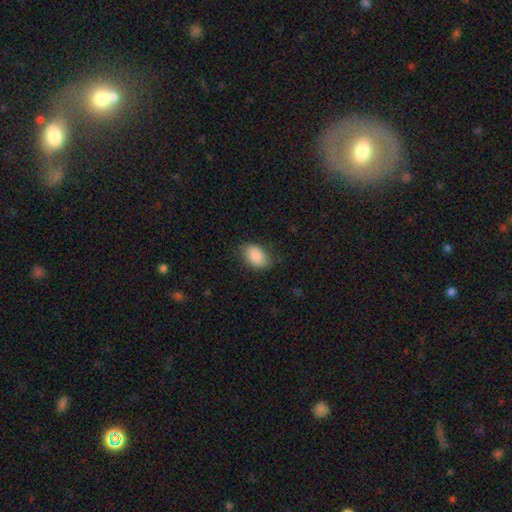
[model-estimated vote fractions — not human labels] This is clearly a smooth galaxy (87%). How rounded: clearly in between (89%). Merging: likely none (75%).